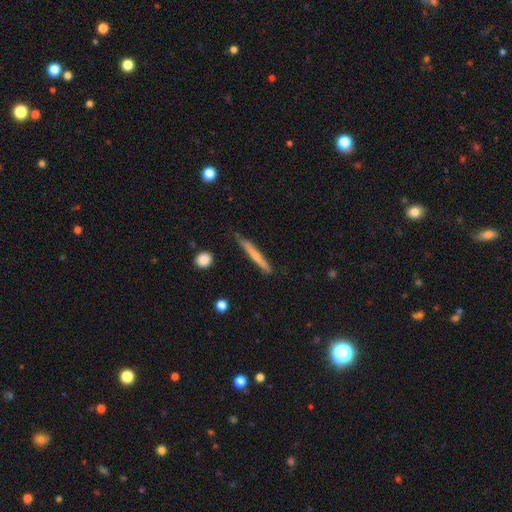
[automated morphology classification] smooth_or_featured: smooth (p=0.51) [alt: featured or disk p=0.43]
how_rounded: cigar-shaped (p=0.96) [alt: in between p=0.03]
merging: none (p=0.80) [alt: minor disturbance p=0.16]